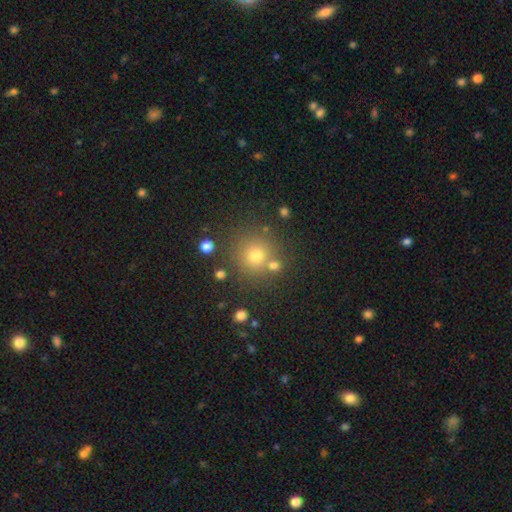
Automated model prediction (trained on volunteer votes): Smooth or featured?
  - smooth: 73% *
  - star or artifact: 18%
  - featured or disk: 9%
How rounded?
  - round: 93% *
  - in between: 6%
  - cigar-shaped: 1%
Merging?
  - none: 78% *
  - merger: 10%
  - minor disturbance: 8%
  - major disturbance: 3%